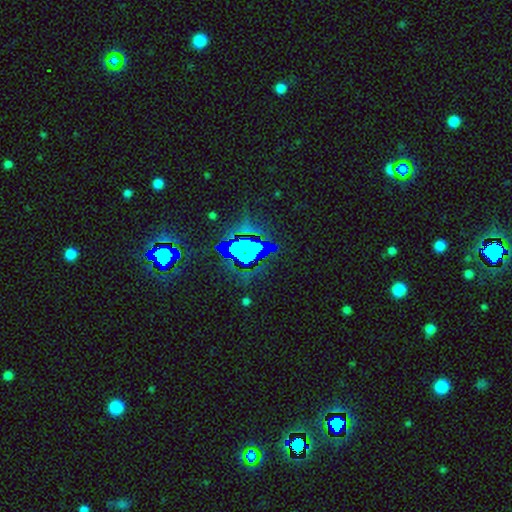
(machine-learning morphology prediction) A star or artifact, not a galaxy (79%).